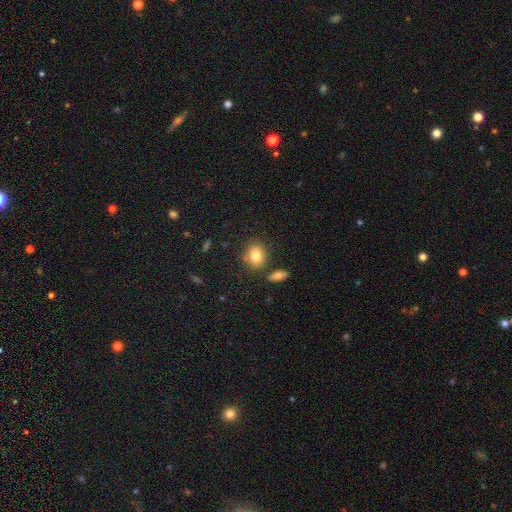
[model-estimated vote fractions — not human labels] A smooth galaxy with no disk features (83%) that is in between round and cigar-shaped (55%).

Vote fractions:
- Smooth or featured? smooth: 83% / featured or disk: 9% / star or artifact: 9%
- How rounded? in between: 55% / round: 43% / cigar-shaped: 2%
- Merging? none: 76% / minor disturbance: 12% / merger: 9% / major disturbance: 3%